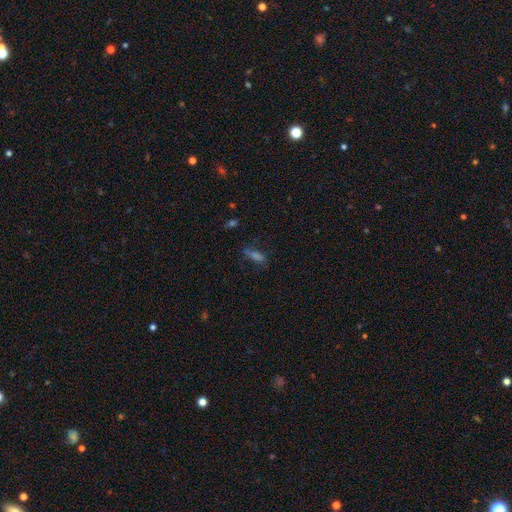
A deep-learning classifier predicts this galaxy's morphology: Smooth or featured? smooth (50%)
How rounded? cigar-shaped (53%)
Merging? none (67%)